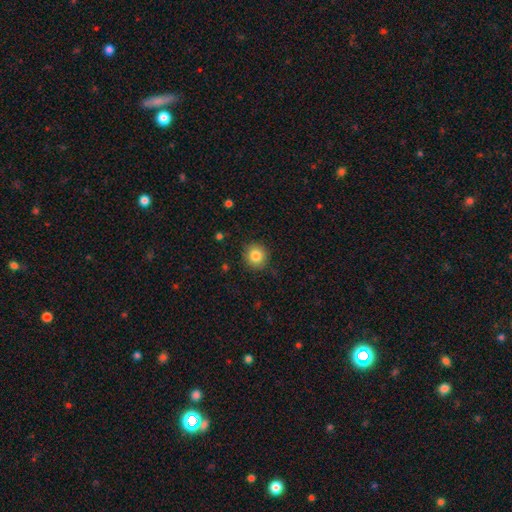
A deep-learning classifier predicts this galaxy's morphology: type=smooth (84%); roundness=round (92%); merging=none (89%).